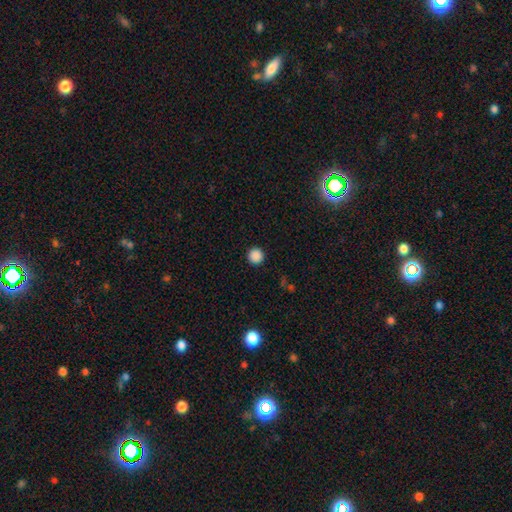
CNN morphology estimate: A smooth galaxy with no disk features (88%) that is round (96%). Merging: none (93%).